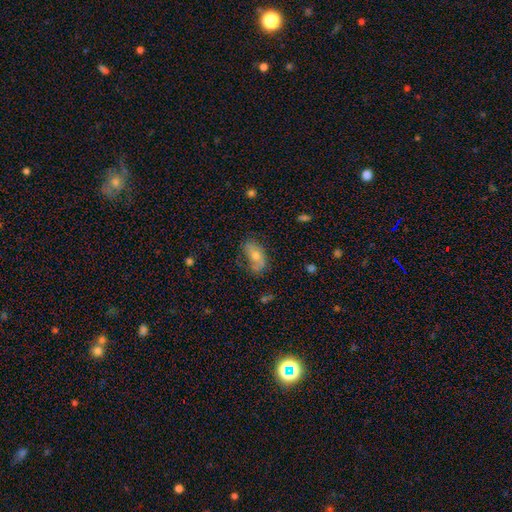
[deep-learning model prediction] Smooth or featured: smooth — 53% (featured or disk — 37%)
How rounded: in between — 88% (round — 7%)
Merging: none — 54% (minor disturbance — 29%)